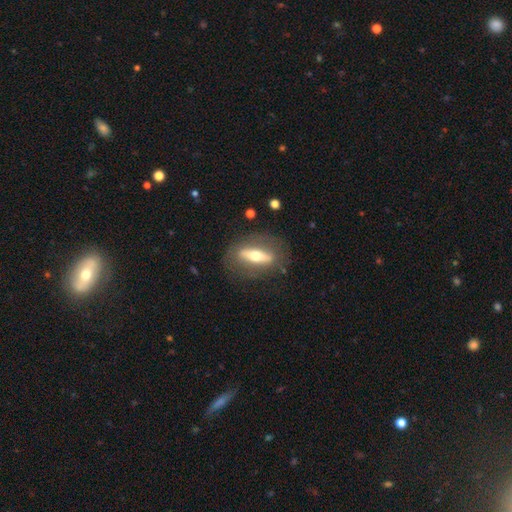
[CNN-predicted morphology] featured or disk 58%, smooth 35%, star or artifact 6%. Down the decision tree: edge-on disk — yes (53%); merging — none (79%).